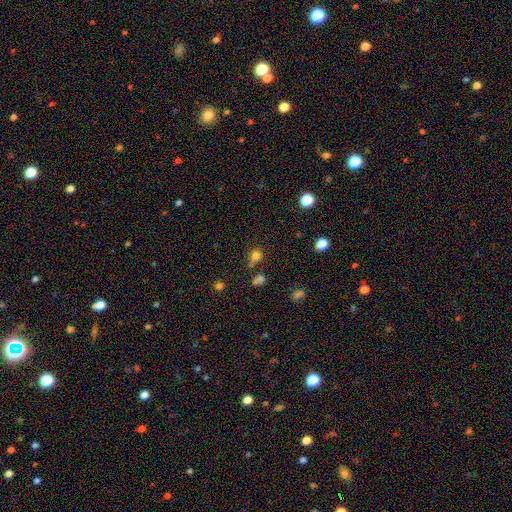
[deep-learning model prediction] Q: Smooth or featured?
A: smooth (77%); runner-up: star or artifact (17%)
Q: How rounded?
A: round (81%); runner-up: in between (18%)
Q: Merging?
A: none (62%); runner-up: merger (17%)